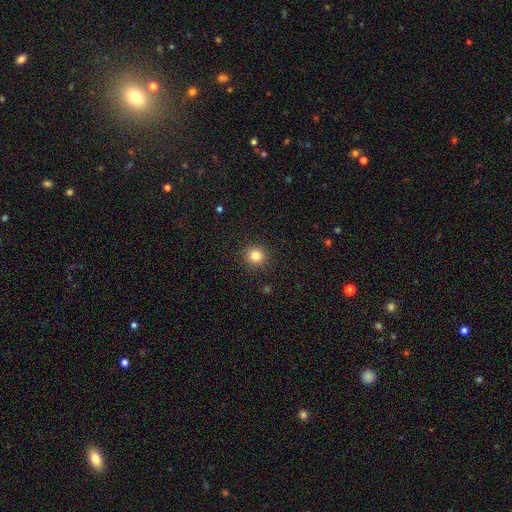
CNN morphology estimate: Smooth or featured? smooth (82%)
How rounded? round (95%)
Merging? none (92%)